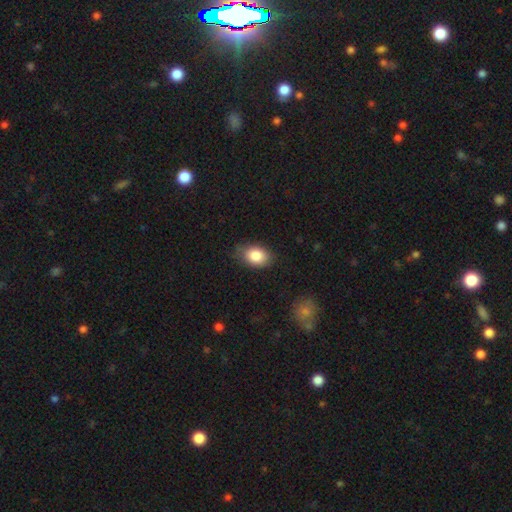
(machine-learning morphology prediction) A smooth galaxy with no disk features (85%) that is in between round and cigar-shaped (79%).

Vote fractions:
- Smooth or featured? smooth: 85% / featured or disk: 8% / star or artifact: 8%
- How rounded? in between: 79% / round: 20% / cigar-shaped: 1%
- Merging? none: 76% / minor disturbance: 19% / major disturbance: 4% / merger: 1%